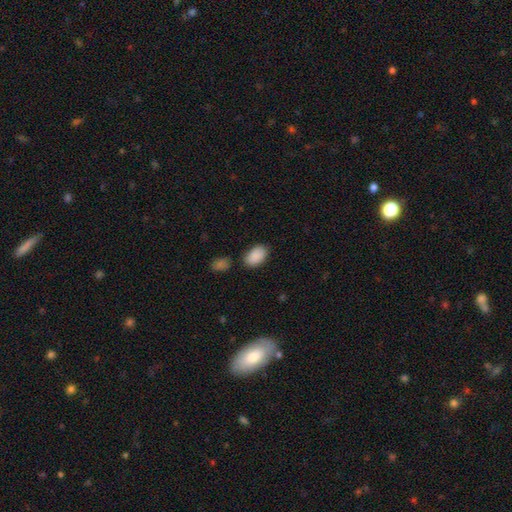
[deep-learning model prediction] smooth-or-featured: smooth: 90% | star or artifact: 7% | featured or disk: 3%
  how-rounded: in between: 93% | round: 6% | cigar-shaped: 1%
  merging: none: 78% | minor disturbance: 13% | merger: 6% | major disturbance: 3%